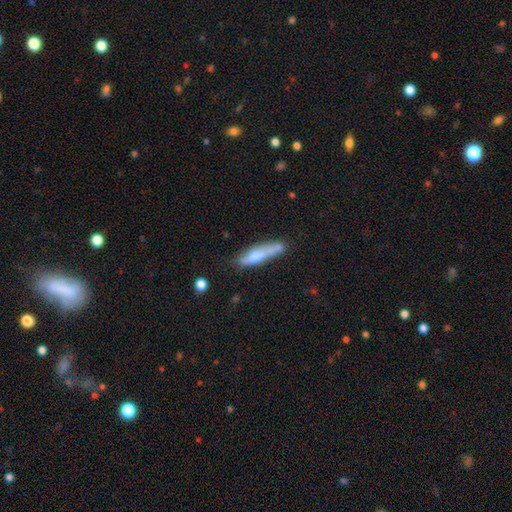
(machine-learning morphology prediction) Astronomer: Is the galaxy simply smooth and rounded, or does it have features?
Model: smooth — 49% (runner-up: featured or disk, 41%).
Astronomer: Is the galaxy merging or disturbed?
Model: none — 72%.